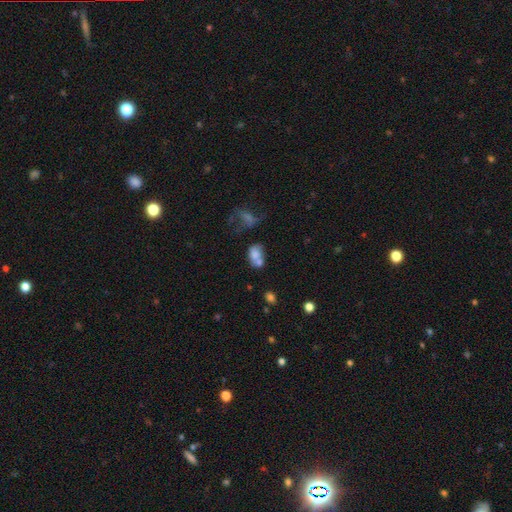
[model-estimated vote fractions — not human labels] Smooth or featured? smooth (70%)
How rounded? in between (70%)
Merging? merger (51%)